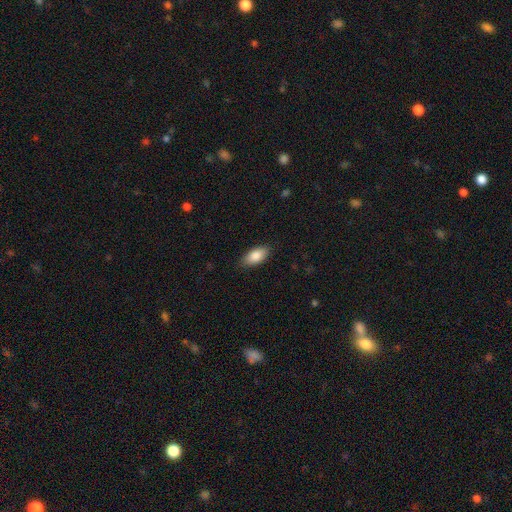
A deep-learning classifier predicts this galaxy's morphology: Q: Smooth or featured?
A: smooth (85%); runner-up: featured or disk (8%)
Q: How rounded?
A: in between (91%); runner-up: cigar-shaped (6%)
Q: Merging?
A: none (85%); runner-up: minor disturbance (12%)